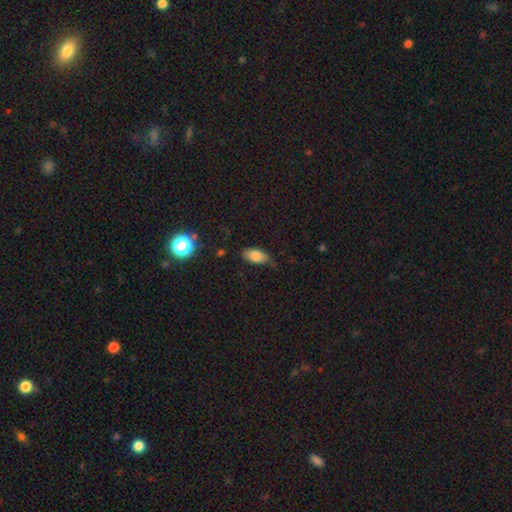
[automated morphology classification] The model was most divided on "merging": none: 63%, minor disturbance: 29%, major disturbance: 7%, merger: 2%. More confident: how rounded — in between (89%); smooth or featured — smooth (78%).